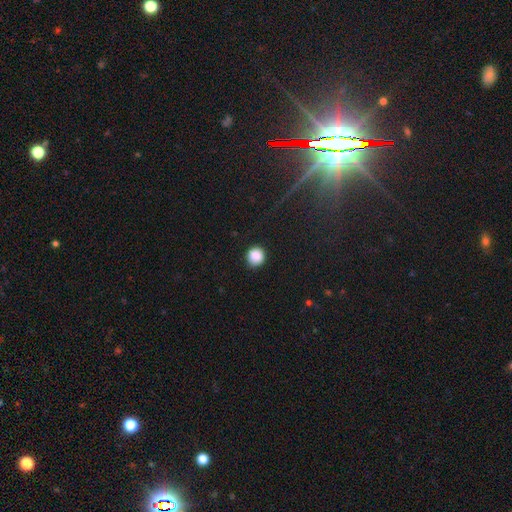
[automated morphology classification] Smooth or featured: smooth — 87% (star or artifact — 9%)
How rounded: round — 89% (in between — 10%)
Merging: none — 86% (minor disturbance — 10%)